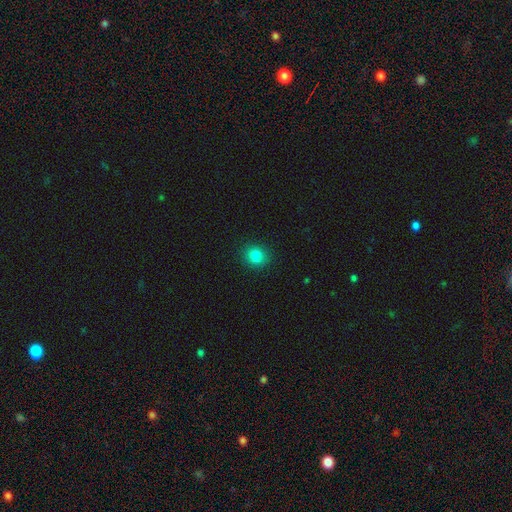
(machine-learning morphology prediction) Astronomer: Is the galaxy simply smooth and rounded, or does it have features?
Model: smooth — 82%.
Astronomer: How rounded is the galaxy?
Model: round — 82%.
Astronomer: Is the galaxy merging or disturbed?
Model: none — 91%.